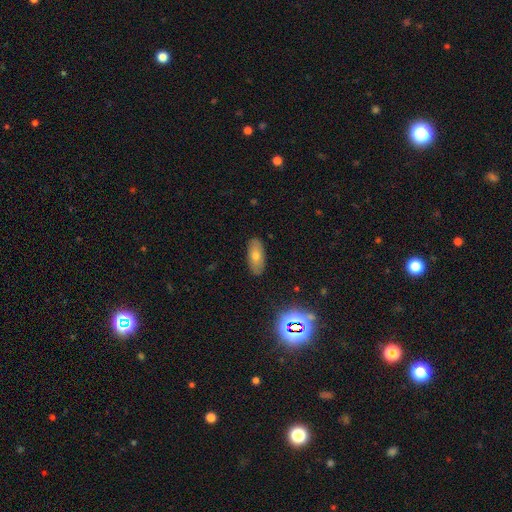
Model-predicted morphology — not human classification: smooth_or_featured: smooth (p=0.63) [alt: featured or disk p=0.23]
how_rounded: in between (p=0.83) [alt: cigar-shaped p=0.13]
merging: none (p=0.87) [alt: minor disturbance p=0.10]